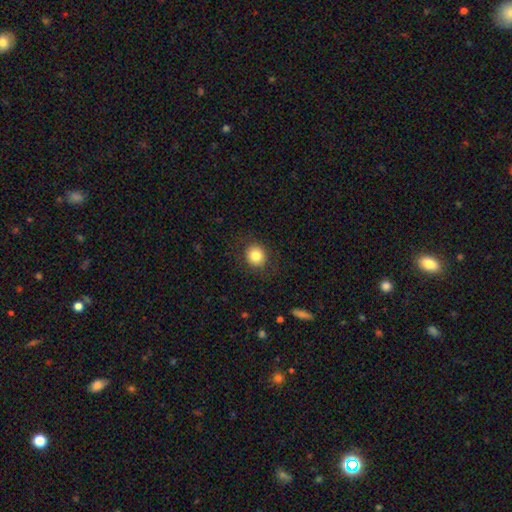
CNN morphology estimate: Q: Smooth or featured?
A: smooth (82%); runner-up: star or artifact (10%)
Q: How rounded?
A: round (82%); runner-up: in between (17%)
Q: Merging?
A: none (87%); runner-up: minor disturbance (9%)